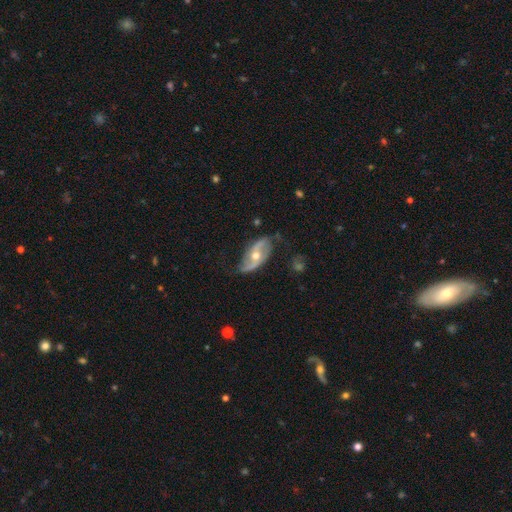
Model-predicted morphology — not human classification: A featured or disk galaxy (80%) with no bar (59%), 2 (90%) loose (68%) spiral arms (90%) and a moderate central bulge (69%).

Vote fractions:
- Smooth or featured? featured or disk: 80% / smooth: 14% / star or artifact: 5%
- Edge-on disk? no: 91% / yes: 9%
- Bar? no: 59% / weak: 27% / strong: 14%
- Spiral arms? yes: 90% / no: 10%
- Spiral winding? loose: 68% / medium: 23% / tight: 9%
- Spiral arm count? 2: 90% / can't tell: 5% / 1: 3% / 3: 1% / 4: 1% / more than 4: 1%
- Bulge size? moderate: 69% / small: 27% / large: 3% / none: 1% / dominant: 1%
- Merging? none: 66% / minor disturbance: 24% / major disturbance: 8% / merger: 2%